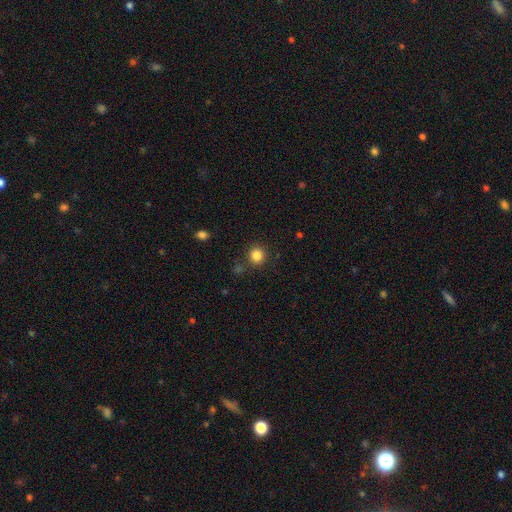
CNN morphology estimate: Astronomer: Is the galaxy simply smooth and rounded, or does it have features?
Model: smooth — 84%.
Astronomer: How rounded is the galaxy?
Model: round — 90%.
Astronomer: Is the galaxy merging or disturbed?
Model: none — 85%.